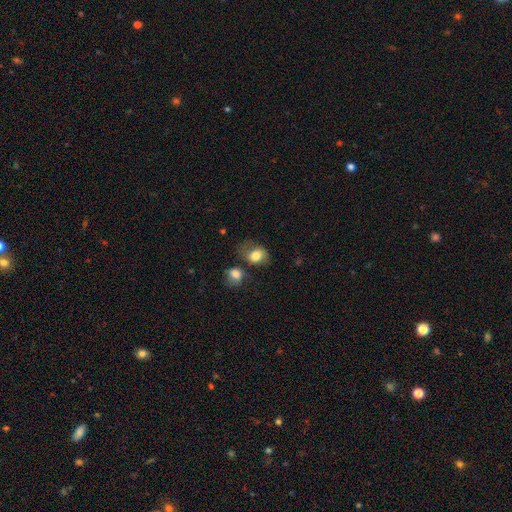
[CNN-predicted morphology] The model was most divided on "merging": none: 46%, minor disturbance: 24%, merger: 16%, major disturbance: 14%. More confident: smooth or featured — smooth (76%); how rounded — in between (62%).